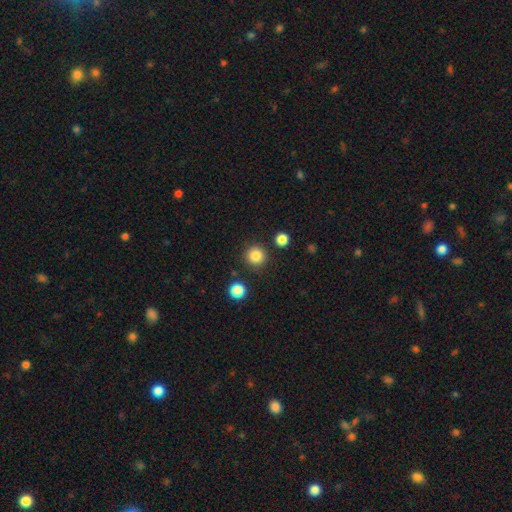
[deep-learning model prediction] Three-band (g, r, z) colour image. It shows a smooth galaxy with no disk features (84%) that is round (95%). Merging: none (89%).